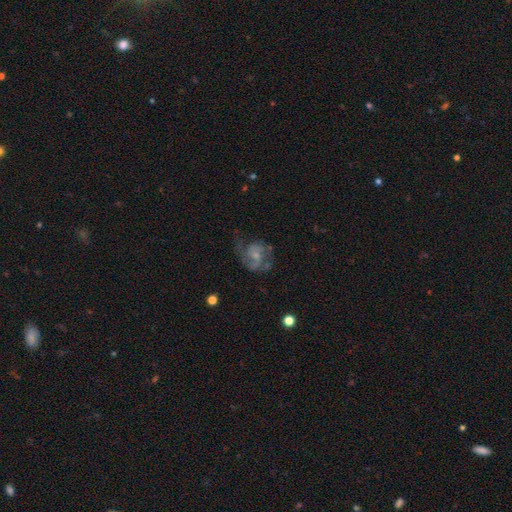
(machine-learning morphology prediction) Smooth or featured? Predicted: featured or disk (p=0.77). Edge-on disk? Predicted: no (p=0.98). Bar? Predicted: no (p=0.59). Spiral arms? Predicted: yes (p=0.92). Spiral winding? Predicted: medium (p=0.51). Spiral arm count? Predicted: 2 (p=0.63). Bulge size? Predicted: small (p=0.59). Merging? Predicted: none (p=0.61).